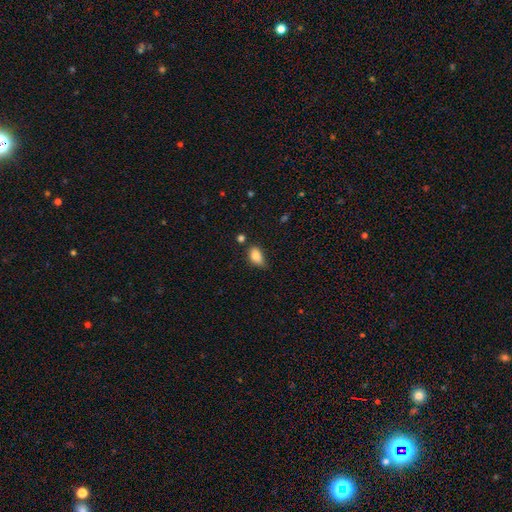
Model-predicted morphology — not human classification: smooth-or-featured: smooth: 83% | star or artifact: 9% | featured or disk: 8%
  how-rounded: in between: 87% | round: 10% | cigar-shaped: 4%
  merging: none: 53% | minor disturbance: 34% | major disturbance: 7% | merger: 6%